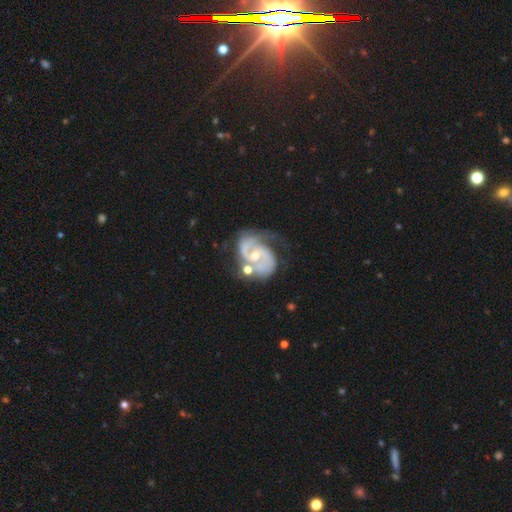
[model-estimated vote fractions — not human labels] This is clearly a featured or disk galaxy (88%). It is clearly not viewed edge-on (98%). Bar: possibly no (52%). Spiral arm pattern: clearly yes (95%). Spiral arm count: likely 2 (78%). Spiral winding: possibly medium (51%). Central bulge: possibly moderate (52%). Merging: marginally none (43%).